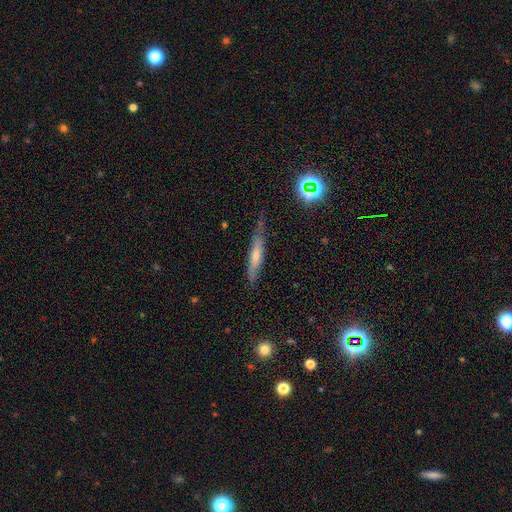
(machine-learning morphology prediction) Smooth or featured: featured or disk — 44% (tied with smooth — 44%)
Merging: none — 70% (minor disturbance — 23%)